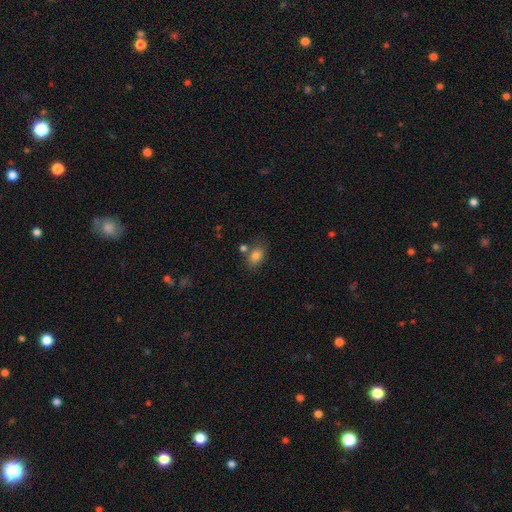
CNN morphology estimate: Q: Smooth or featured?
A: smooth (81%); runner-up: star or artifact (10%)
Q: How rounded?
A: in between (77%); runner-up: round (21%)
Q: Merging?
A: none (67%); runner-up: minor disturbance (15%)